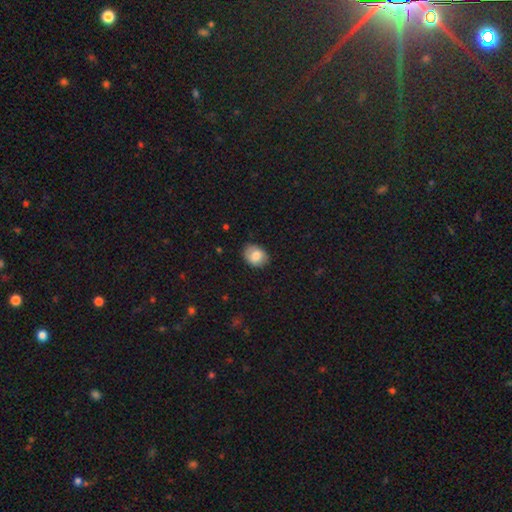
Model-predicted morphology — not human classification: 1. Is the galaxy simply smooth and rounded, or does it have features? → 78% smooth, 14% featured or disk, 8% star or artifact.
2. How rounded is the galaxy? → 58% in between, 41% round, 1% cigar-shaped.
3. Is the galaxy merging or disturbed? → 80% none, 15% minor disturbance, 3% major disturbance, 1% merger.